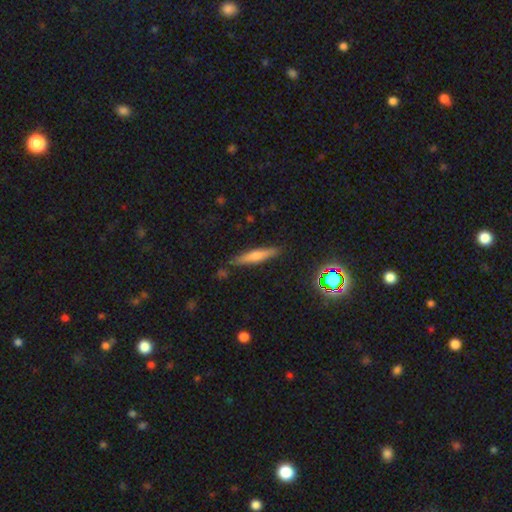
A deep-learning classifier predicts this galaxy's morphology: Overall: smooth (51%; featured or disk 39%). How rounded: cigar-shaped (88%). Merging: none (85%).